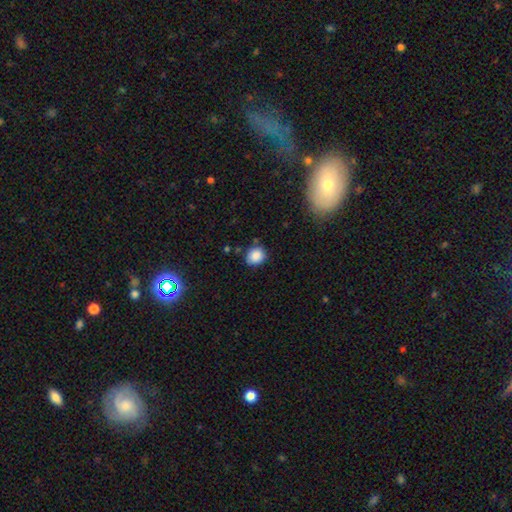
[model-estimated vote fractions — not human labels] A smooth galaxy with no disk features (86%) that is round (80%). Merging: none (80%).